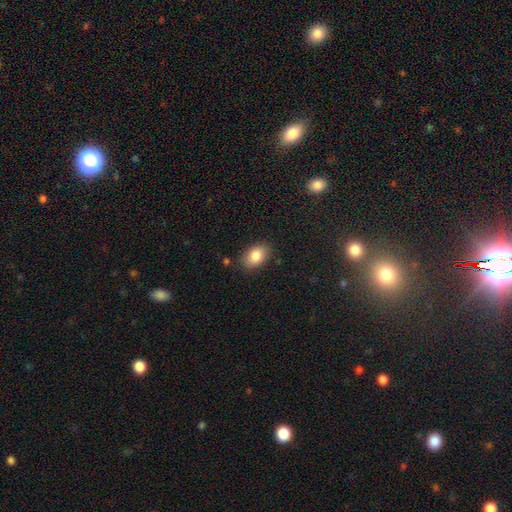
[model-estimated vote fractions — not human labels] smooth 86%, star or artifact 7%, featured or disk 7%. Down the decision tree: how rounded — in between (88%); merging — none (83%).